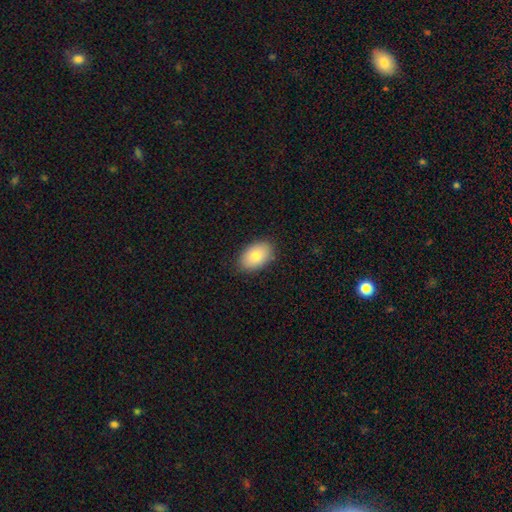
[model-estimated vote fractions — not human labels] smooth-or-featured: smooth: 82% | featured or disk: 11% | star or artifact: 7%
  how-rounded: in between: 90% | round: 9% | cigar-shaped: 1%
  merging: none: 87% | minor disturbance: 10% | major disturbance: 2% | merger: 1%